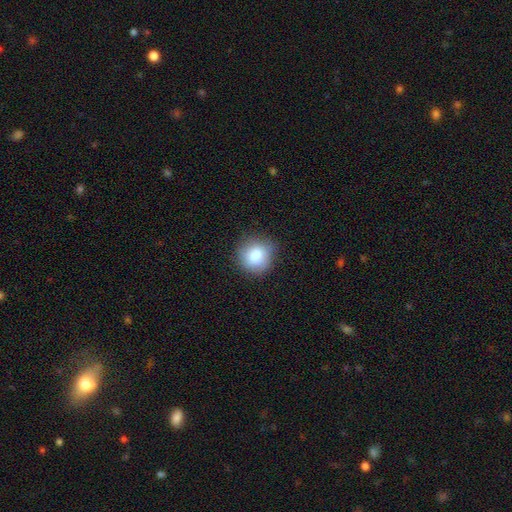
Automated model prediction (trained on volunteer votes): Smooth or featured?
  - smooth: 81% *
  - star or artifact: 9%
  - featured or disk: 9%
How rounded?
  - round: 88% *
  - in between: 11%
  - cigar-shaped: 1%
Merging?
  - none: 82% *
  - minor disturbance: 13%
  - major disturbance: 3%
  - merger: 1%